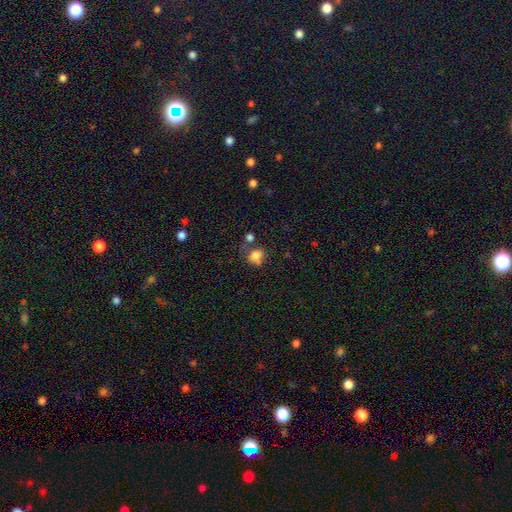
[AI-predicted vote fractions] smooth_or_featured: smooth (p=0.76) [alt: star or artifact p=0.13]
how_rounded: round (p=0.56) [alt: in between p=0.43]
merging: none (p=0.43) [alt: minor disturbance p=0.24]